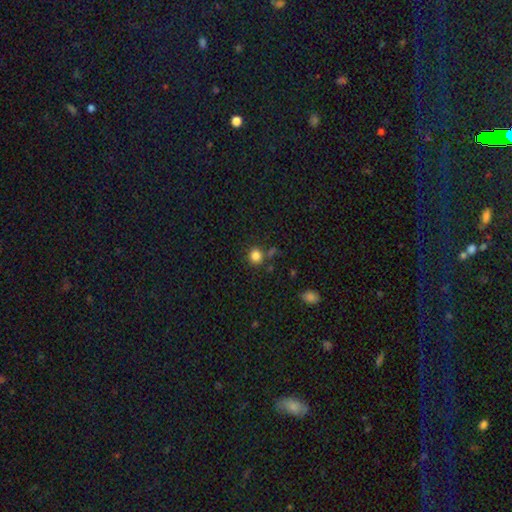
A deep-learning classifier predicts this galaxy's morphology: Q: Smooth or featured?
A: smooth (84%); runner-up: star or artifact (12%)
Q: How rounded?
A: round (85%); runner-up: in between (14%)
Q: Merging?
A: none (77%); runner-up: minor disturbance (11%)